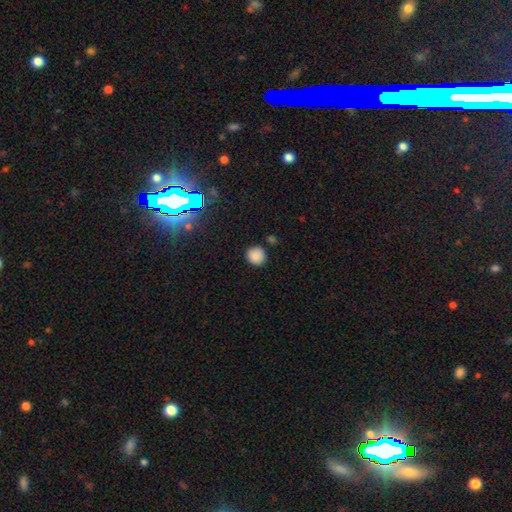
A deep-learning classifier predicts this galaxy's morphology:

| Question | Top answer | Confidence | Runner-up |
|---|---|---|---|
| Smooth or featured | smooth | 84% | star or artifact (12%) |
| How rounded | round | 91% | in between (8%) |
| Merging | none | 84% | minor disturbance (9%) |